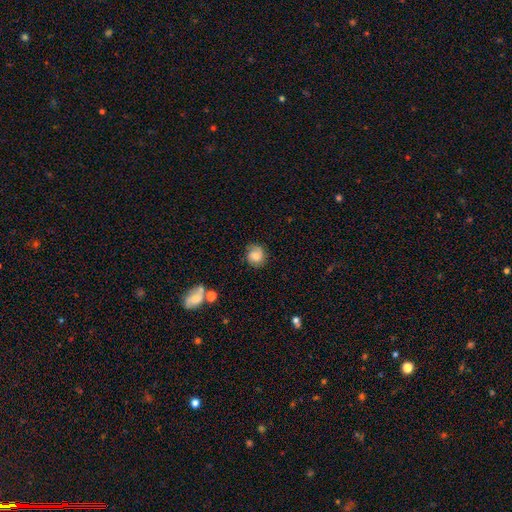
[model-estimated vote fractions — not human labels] Morphology: type=smooth (64%); roundness=round (82%); merging=none (73%).